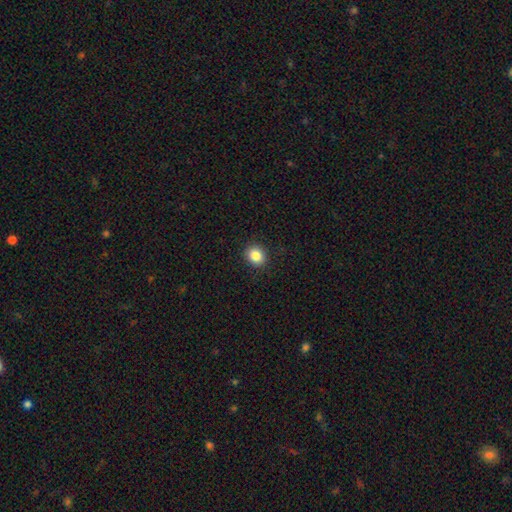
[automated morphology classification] A smooth galaxy with no disk features (85%) that is round (72%). Merging: none (91%).